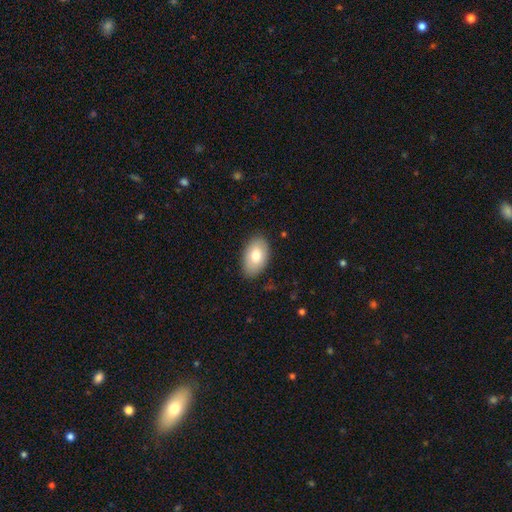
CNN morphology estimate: type=smooth (77%); roundness=in between (93%); merging=none (86%).